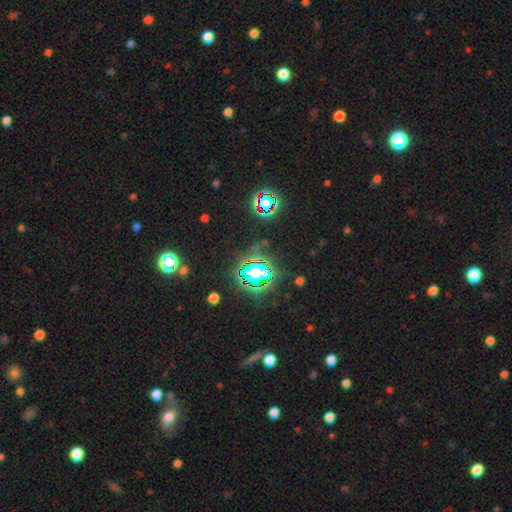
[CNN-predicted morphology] This is clearly a star or artifact rather than a galaxy (81%).